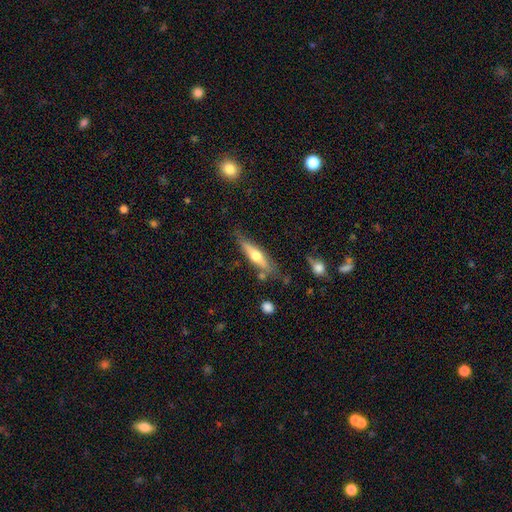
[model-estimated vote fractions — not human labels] Overall: featured or disk (51%; smooth 43%). Edge-on disk: yes (90%). Merging: none (73%).